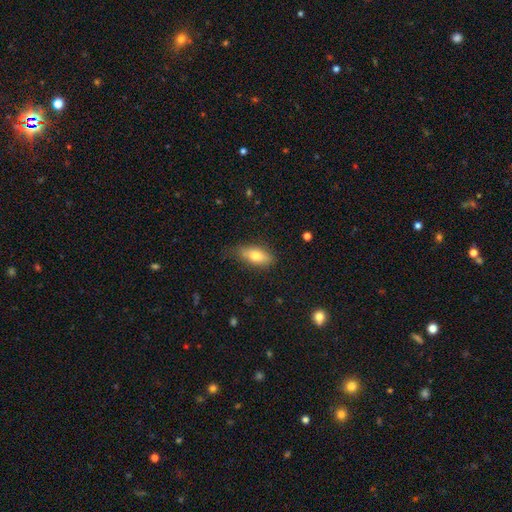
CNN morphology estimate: The model was most divided on "smooth or featured": smooth: 74%, featured or disk: 19%, star or artifact: 7%. More confident: merging — none (76%); how rounded — in between (76%).